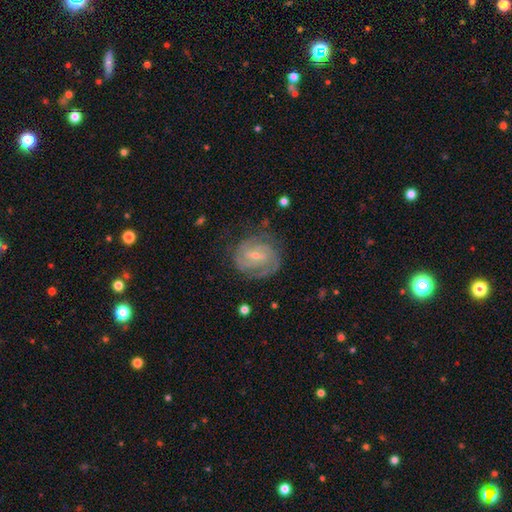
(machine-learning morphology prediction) type=featured or disk (86%); edge-on=no (98%); bar=weak (51%); spiral arms=yes (96%); winding=tight (65%); arm count=2 (39%); bulge=small (71%); merging=none (74%).